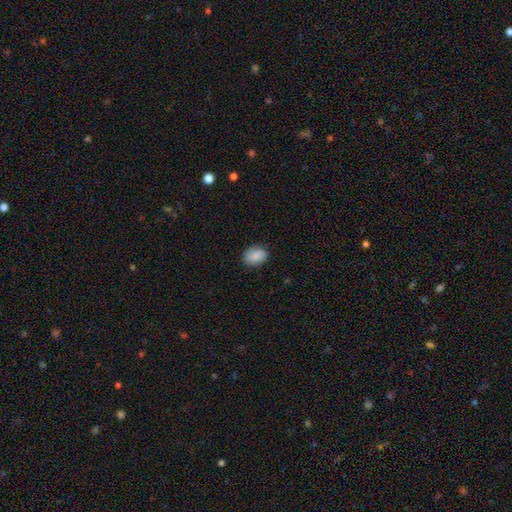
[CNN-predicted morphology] type=smooth (84%); roundness=in between (63%); merging=none (83%).